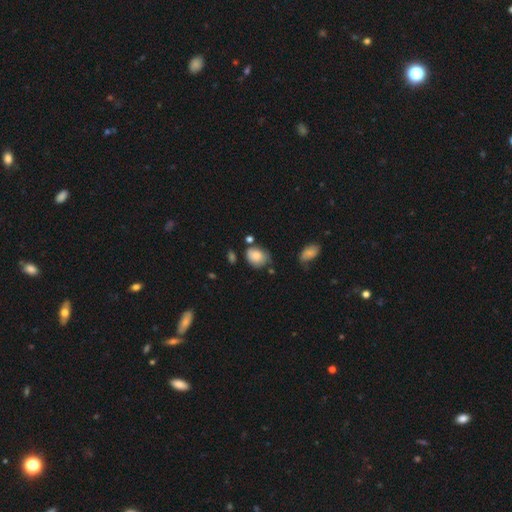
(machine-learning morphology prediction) This is clearly a smooth galaxy (80%). How rounded: possibly in between (52%). Merging: possibly none (51%).